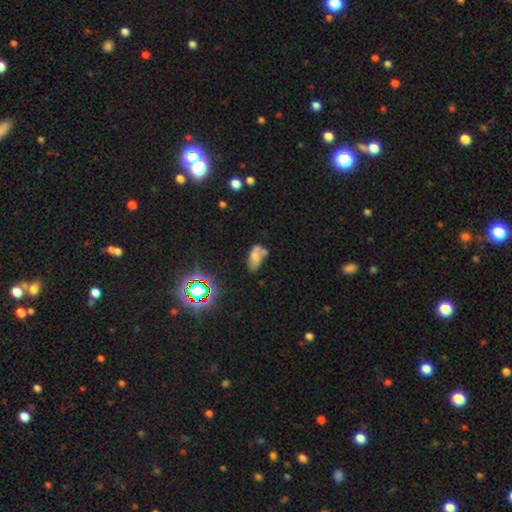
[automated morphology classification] A smooth galaxy with no disk features (51%) that is in between round and cigar-shaped (88%). Merging: none (31%).